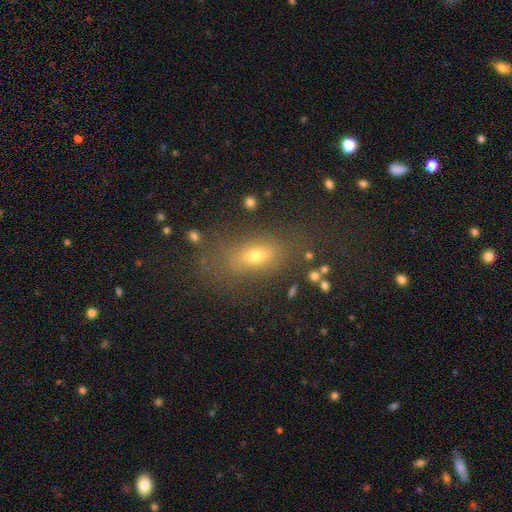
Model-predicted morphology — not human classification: smooth 67%, featured or disk 17%, star or artifact 15%. Down the decision tree: how rounded — in between (78%); merging — none (70%).